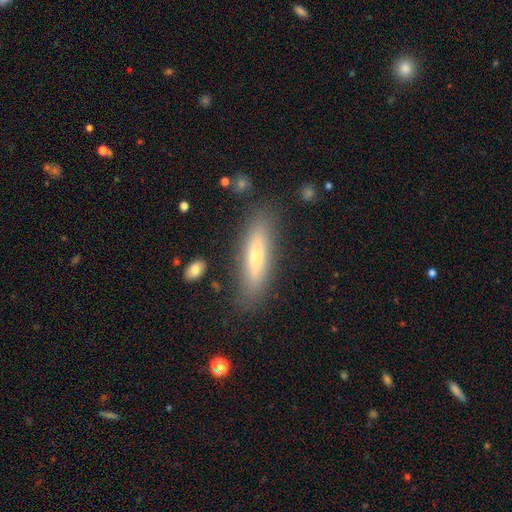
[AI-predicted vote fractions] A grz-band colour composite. It shows a smooth galaxy with no disk features (57%) that is cigar-shaped (74%). Merging: none (82%).